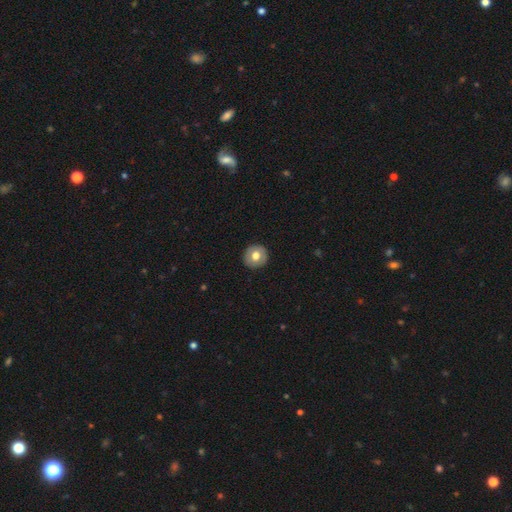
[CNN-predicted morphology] smooth-or-featured: smooth: 67% | featured or disk: 26% | star or artifact: 7%
  how-rounded: round: 92% | in between: 7% | cigar-shaped: 1%
  merging: none: 90% | minor disturbance: 7% | major disturbance: 2% | merger: 1%